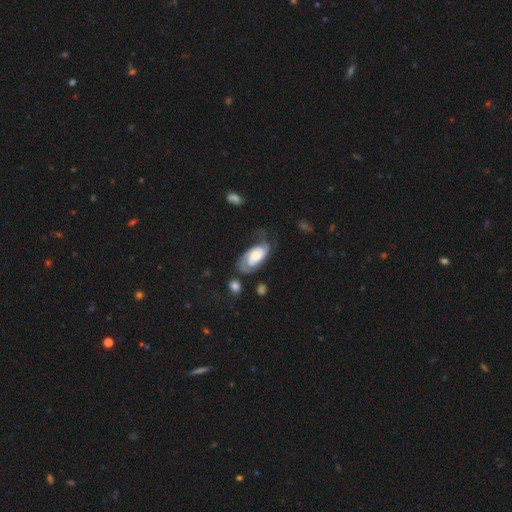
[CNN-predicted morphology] Smooth or featured: featured or disk — 77% (smooth — 17%)
Edge-on disk: no — 96% (yes — 4%)
Bar: no — 64% (weak — 29%)
Spiral arms: yes — 94% (no — 6%)
Spiral winding: tight — 50% (medium — 37%)
Spiral arm count: 2 — 73% (can't tell — 13%)
Bulge size: moderate — 49% (large — 22%)
Merging: none — 52% (minor disturbance — 25%)